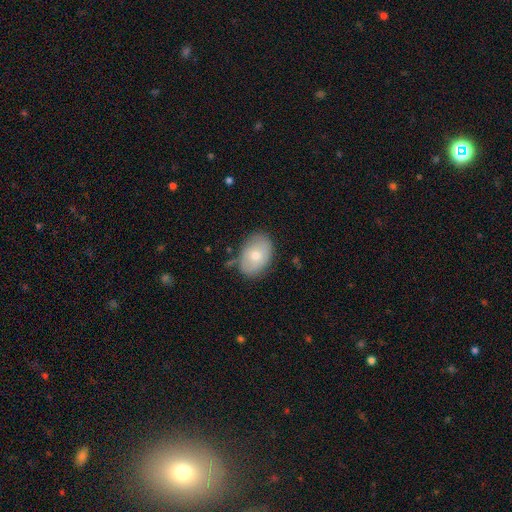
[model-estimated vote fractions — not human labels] Overall: smooth (70%). How rounded: in between (82%). Merging: none (75%).